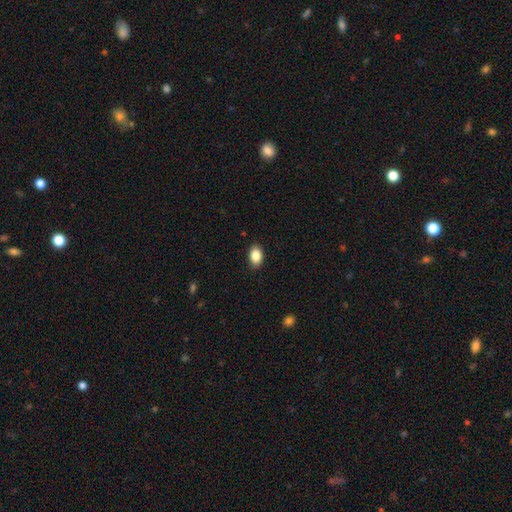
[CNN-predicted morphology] This appears to be a smooth galaxy with no disk features (87%) that is in between round and cigar-shaped (87%). Merging: none (88%).